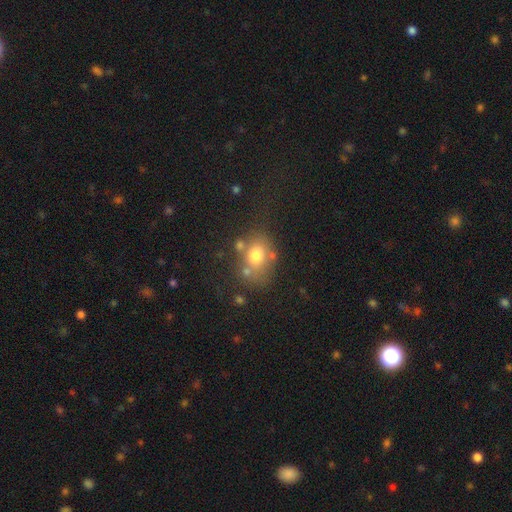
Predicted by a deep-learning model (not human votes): A smooth galaxy with no disk features (71%) that is in between round and cigar-shaped (58%).

Vote fractions:
- Smooth or featured? smooth: 71% / featured or disk: 16% / star or artifact: 13%
- How rounded? in between: 58% / round: 41% / cigar-shaped: 1%
- Merging? none: 61% / minor disturbance: 17% / merger: 15% / major disturbance: 8%